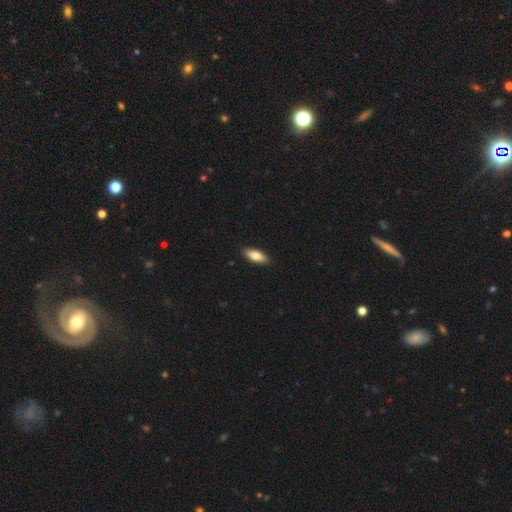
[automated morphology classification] smooth_or_featured: smooth (p=0.80) [alt: featured or disk p=0.14]
how_rounded: in between (p=0.77) [alt: cigar-shaped p=0.21]
merging: none (p=0.89) [alt: minor disturbance p=0.08]